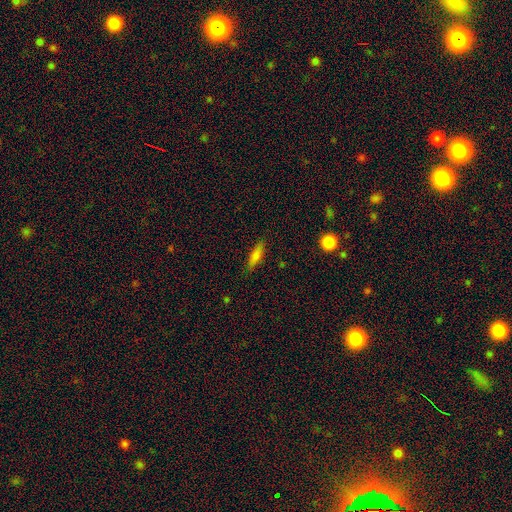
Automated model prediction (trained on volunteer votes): smooth 77%, featured or disk 15%, star or artifact 8%. Down the decision tree: how rounded — cigar-shaped (63%); merging — none (87%).